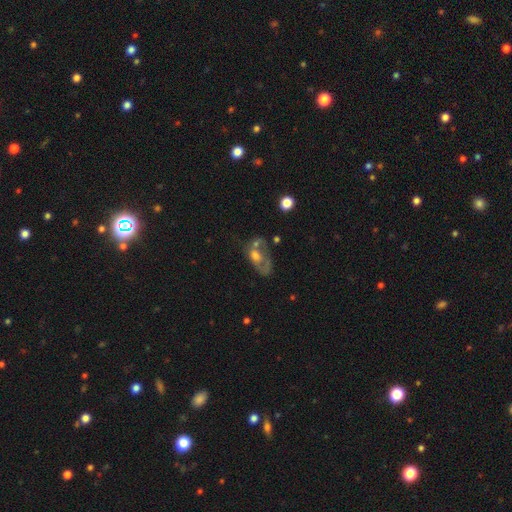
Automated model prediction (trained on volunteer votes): smooth_or_featured: featured or disk (p=0.52) [alt: smooth p=0.37]
disk_edge_on: no (p=0.93) [alt: yes p=0.07]
merging: major disturbance (p=0.34) [alt: merger p=0.26]